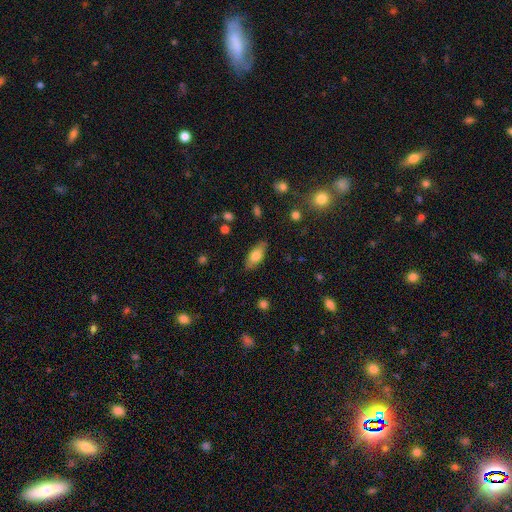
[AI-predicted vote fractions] The model was most divided on "smooth or featured": smooth: 74%, featured or disk: 19%, star or artifact: 7%. More confident: merging — none (85%); how rounded — in between (81%).